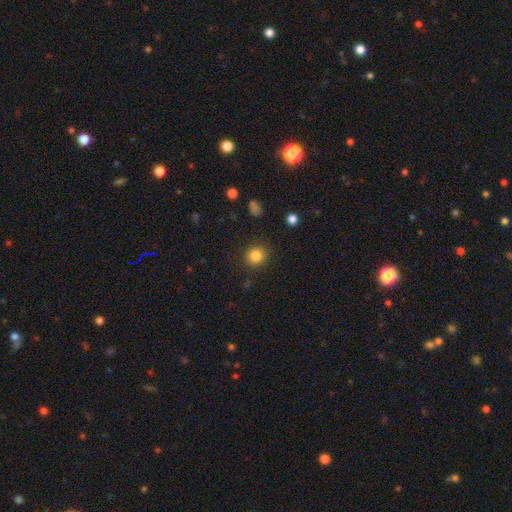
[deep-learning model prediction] Smooth or featured: smooth — 84% (star or artifact — 11%)
How rounded: round — 87% (in between — 12%)
Merging: none — 88% (minor disturbance — 7%)